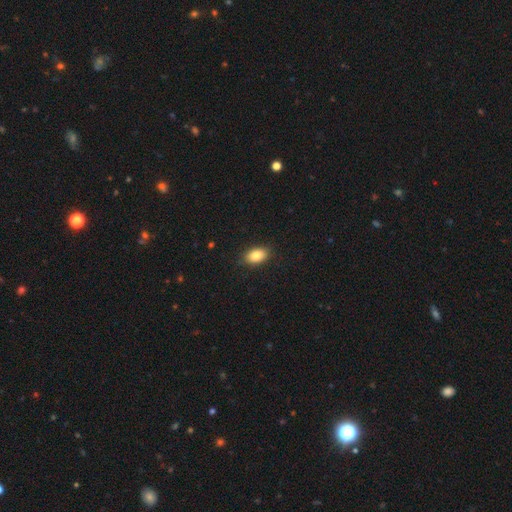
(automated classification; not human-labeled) A smooth galaxy with no disk features (84%) that is in between round and cigar-shaped (88%).

Vote fractions:
- Smooth or featured? smooth: 84% / featured or disk: 8% / star or artifact: 8%
- How rounded? in between: 88% / round: 10% / cigar-shaped: 2%
- Merging? none: 88% / minor disturbance: 9% / major disturbance: 2% / merger: 1%